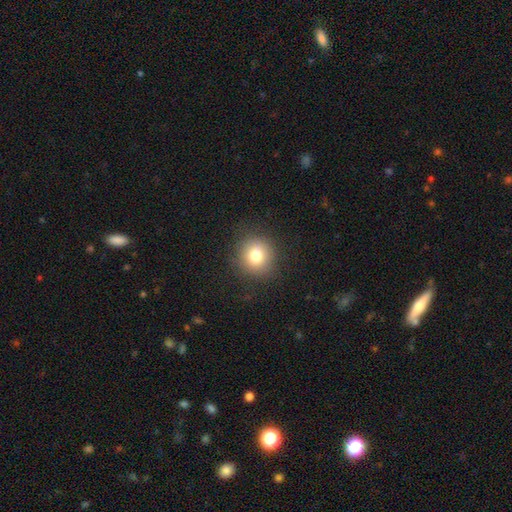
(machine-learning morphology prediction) Overall: smooth (79%). How rounded: round (89%). Merging: none (88%).